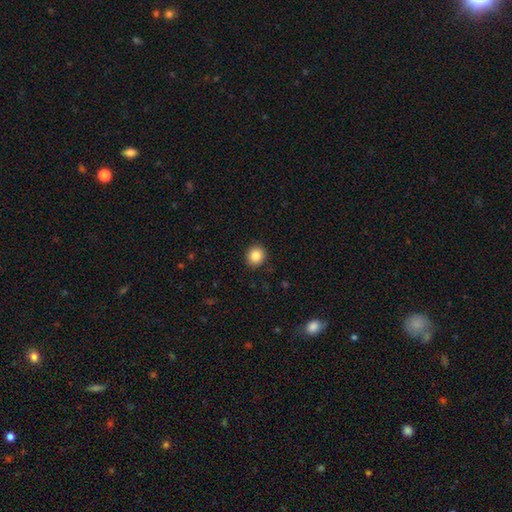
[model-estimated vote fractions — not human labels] smooth-or-featured: smooth: 86% | star or artifact: 9% | featured or disk: 5%
  how-rounded: round: 83% | in between: 16% | cigar-shaped: 1%
  merging: none: 91% | minor disturbance: 6% | major disturbance: 2% | merger: 1%